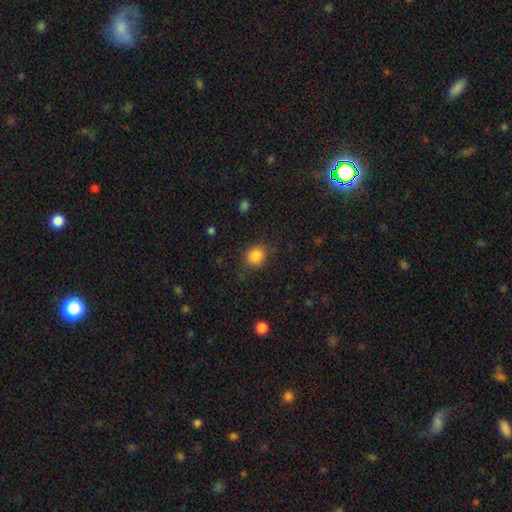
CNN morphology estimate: Smooth or featured?
  - smooth: 86% *
  - star or artifact: 10%
  - featured or disk: 4%
How rounded?
  - round: 77% *
  - in between: 22%
  - cigar-shaped: 1%
Merging?
  - none: 81% *
  - minor disturbance: 13%
  - major disturbance: 4%
  - merger: 1%